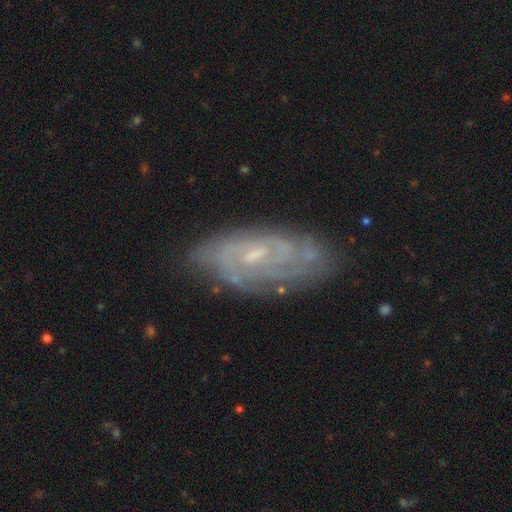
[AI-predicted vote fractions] Smooth or featured? featured or disk (78%)
Edge-on disk? no (92%)
Bar? no (55%)
Spiral arms? yes (89%)
Spiral winding? tight (63%)
Spiral arm count? can't tell (49%)
Bulge size? small (66%)
Merging? none (75%)